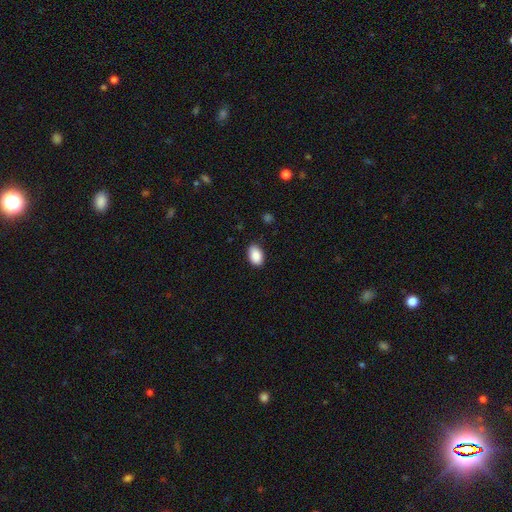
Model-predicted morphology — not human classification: A smooth galaxy with no disk features (90%) that is in between round and cigar-shaped (90%).

Vote fractions:
- Smooth or featured? smooth: 90% / star or artifact: 7% / featured or disk: 3%
- How rounded? in between: 90% / round: 8% / cigar-shaped: 1%
- Merging? none: 83% / minor disturbance: 14% / major disturbance: 2% / merger: 1%